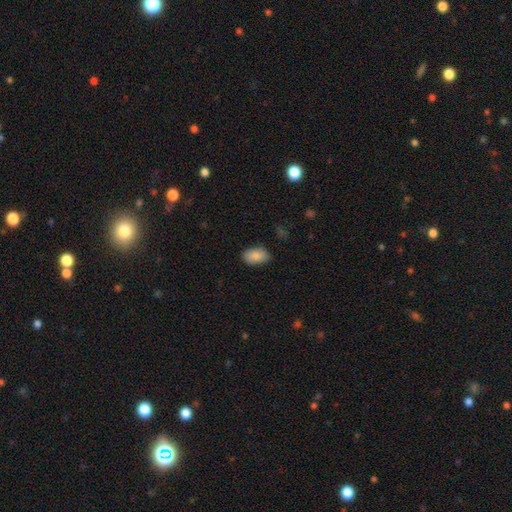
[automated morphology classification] smooth-or-featured: smooth: 86% | featured or disk: 7% | star or artifact: 7%
  how-rounded: in between: 92% | round: 7% | cigar-shaped: 1%
  merging: none: 82% | minor disturbance: 15% | major disturbance: 3% | merger: 1%